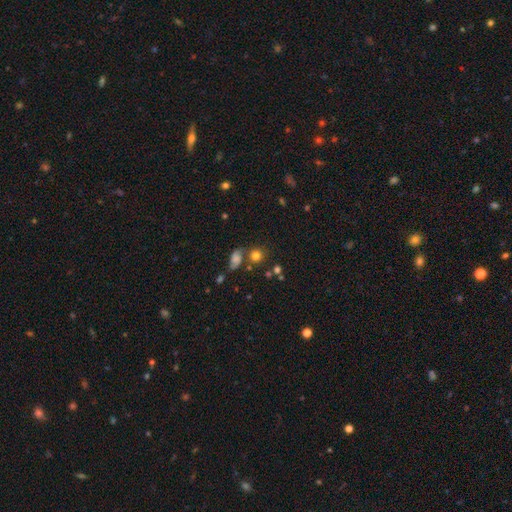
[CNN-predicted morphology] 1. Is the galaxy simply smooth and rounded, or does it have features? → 75% smooth, 15% star or artifact, 10% featured or disk.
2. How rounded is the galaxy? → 84% round, 14% in between, 1% cigar-shaped.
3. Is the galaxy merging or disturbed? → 64% none, 18% merger, 12% minor disturbance, 5% major disturbance.